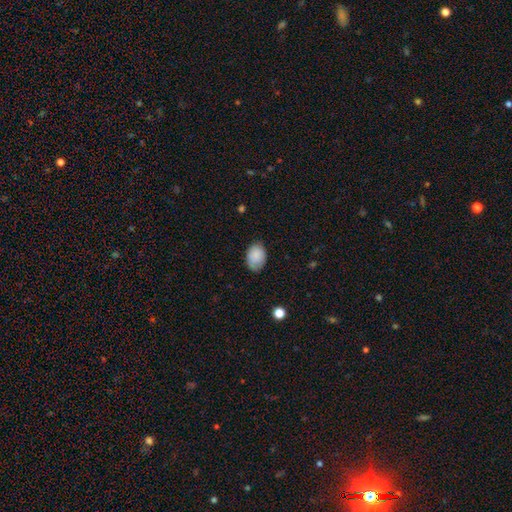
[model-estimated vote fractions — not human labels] A smooth galaxy with no disk features (86%) that is in between round and cigar-shaped (78%). Merging: none (73%).